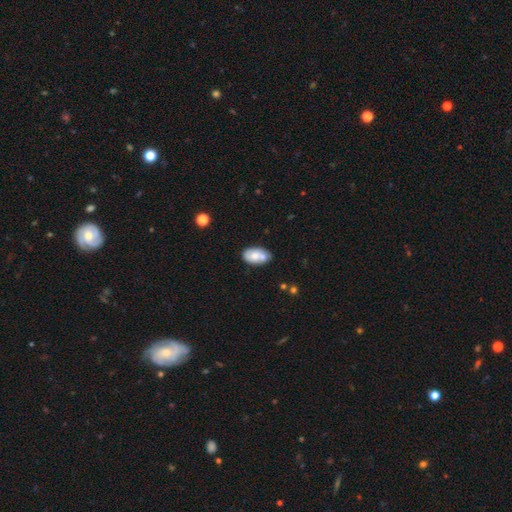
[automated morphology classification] type=smooth (66%); roundness=in between (92%); merging=none (53%).